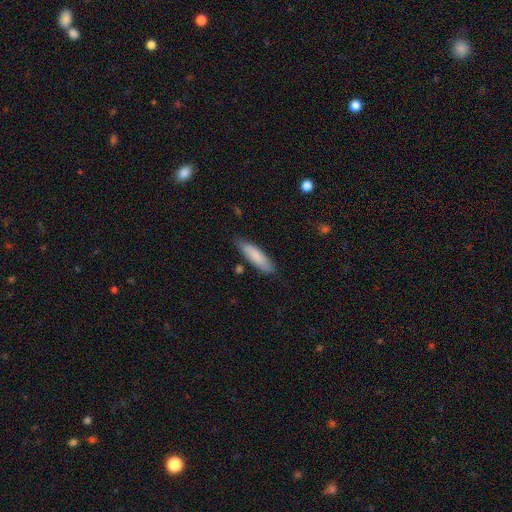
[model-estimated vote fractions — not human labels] Smooth or featured?
  - smooth: 84% *
  - featured or disk: 10%
  - star or artifact: 6%
How rounded?
  - cigar-shaped: 62% *
  - in between: 37%
  - round: 1%
Merging?
  - none: 80% *
  - minor disturbance: 15%
  - major disturbance: 3%
  - merger: 2%